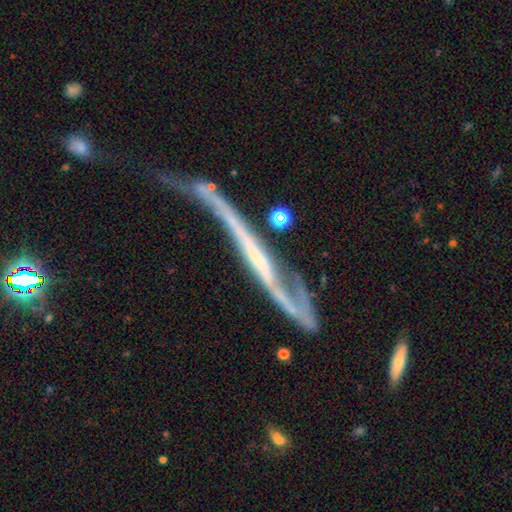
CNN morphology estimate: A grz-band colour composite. It shows a featured or disk galaxy (80%) viewed edge-on (62%). Merging: major disturbance (38%).